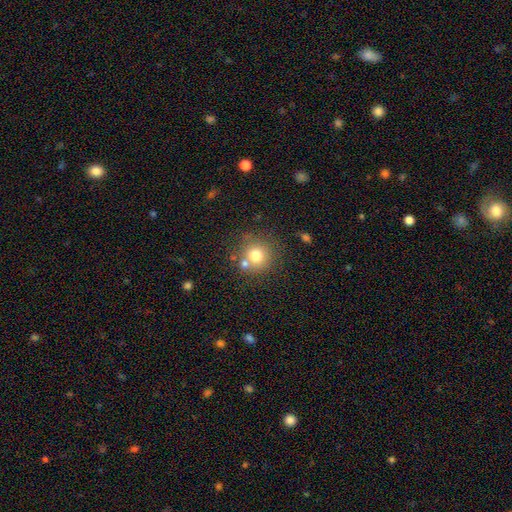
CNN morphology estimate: Smooth or featured? Predicted: smooth (p=0.75). How rounded? Predicted: round (p=0.91). Merging? Predicted: none (p=0.67).